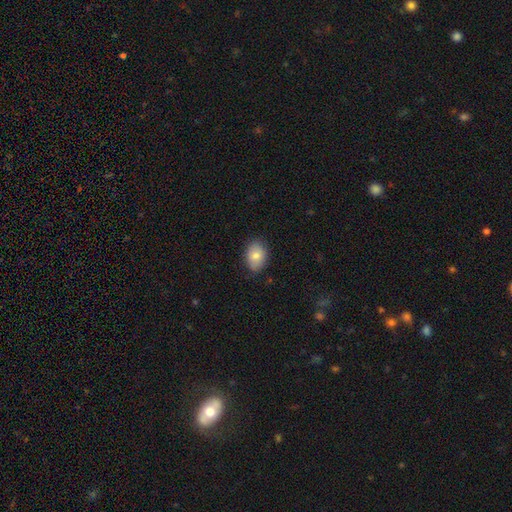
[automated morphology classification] Smooth or featured? Predicted: smooth (p=0.82). How rounded? Predicted: in between (p=0.75). Merging? Predicted: none (p=0.84).